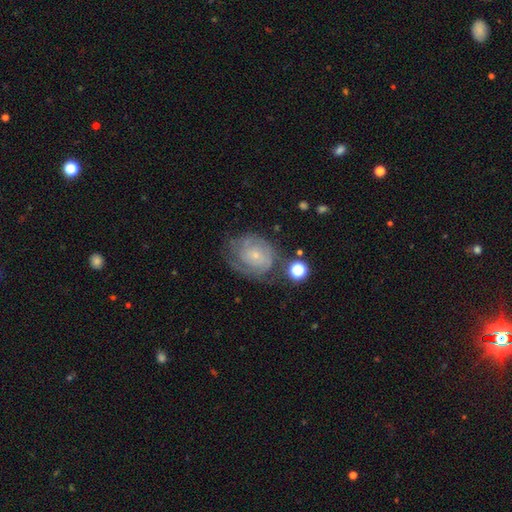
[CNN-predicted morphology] The model was most divided on "spiral arm count": can't tell: 44%, 2: 26%, 3: 14%, 1: 6%, 4: 6%, more than 4: 4%. More confident: edge-on disk — no (97%); spiral arms — yes (88%); bulge size — small (81%); bar — no (76%); smooth or featured — featured or disk (74%); spiral winding — tight (68%); merging — none (60%).